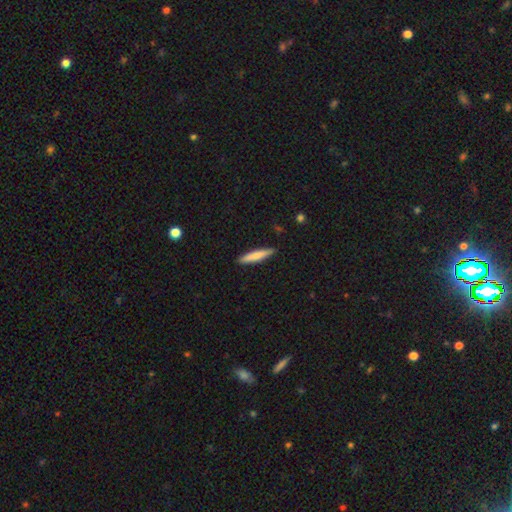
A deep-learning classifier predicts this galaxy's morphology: Smooth or featured? smooth (76%)
How rounded? cigar-shaped (90%)
Merging? none (89%)